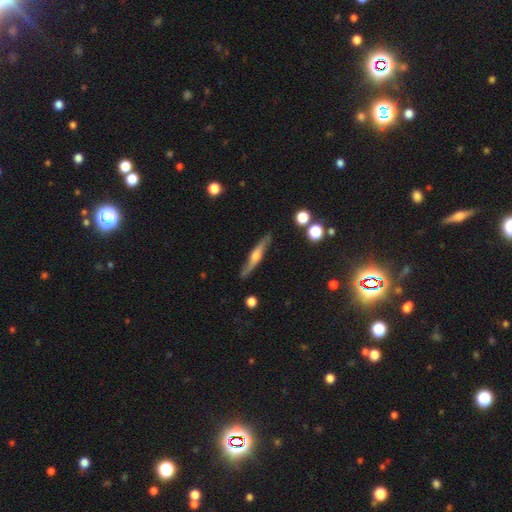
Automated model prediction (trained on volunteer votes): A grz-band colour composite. It shows a featured or disk galaxy (64%) viewed edge-on (90%) with a rounded central bulge (84%). Merging: none (83%).